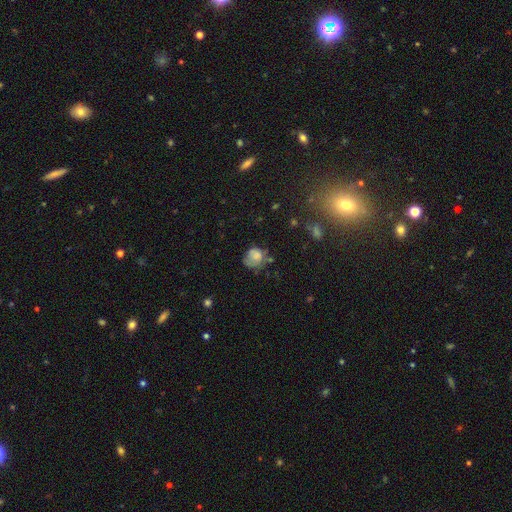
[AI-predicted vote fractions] Smooth or featured? Predicted: smooth (p=0.68). How rounded? Predicted: round (p=0.68). Merging? Predicted: none (p=0.40).